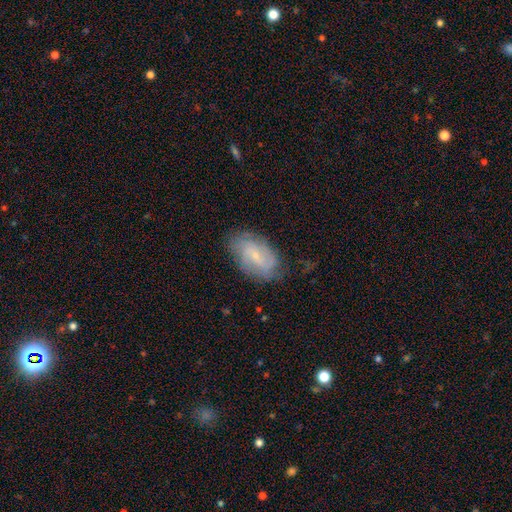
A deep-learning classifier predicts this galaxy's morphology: Smooth or featured: featured or disk — 62% (smooth — 31%)
Edge-on disk: no — 95% (yes — 5%)
Bar: weak — 52% (no — 33%)
Spiral arms: yes — 85% (no — 15%)
Bulge size: small — 71% (moderate — 20%)
Merging: none — 71% (minor disturbance — 21%)